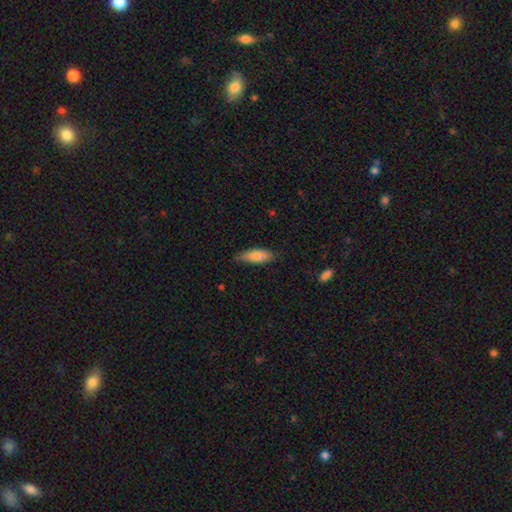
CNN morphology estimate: The model was most divided on "how rounded": in between: 68%, cigar-shaped: 30%, round: 2%. More confident: smooth or featured — smooth (76%); merging — none (69%).